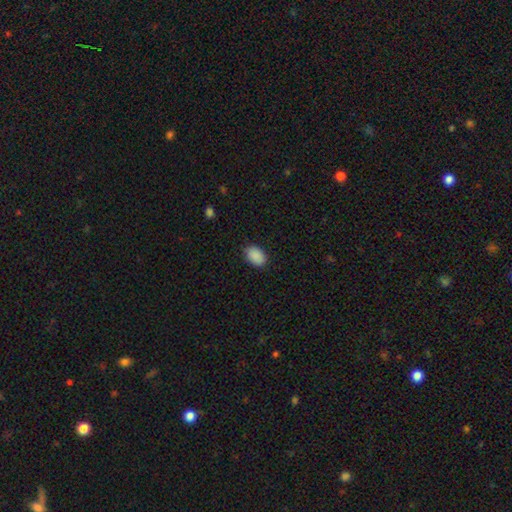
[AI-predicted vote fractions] Q: Smooth or featured?
A: smooth (90%); runner-up: star or artifact (7%)
Q: How rounded?
A: in between (85%); runner-up: round (14%)
Q: Merging?
A: none (86%); runner-up: minor disturbance (11%)